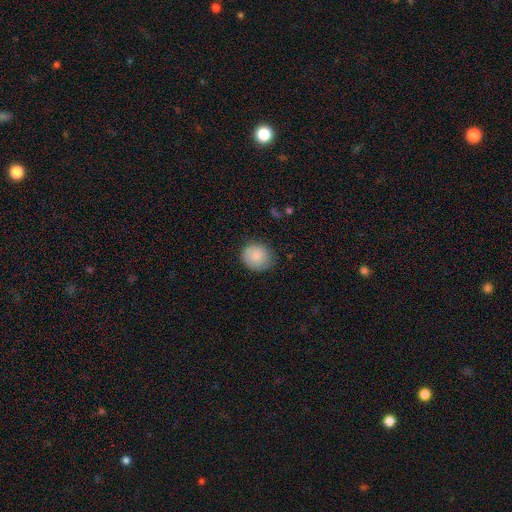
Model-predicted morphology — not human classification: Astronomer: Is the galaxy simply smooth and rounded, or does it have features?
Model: smooth — 82%.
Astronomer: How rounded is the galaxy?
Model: round — 82%.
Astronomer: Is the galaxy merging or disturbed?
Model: none — 78%.